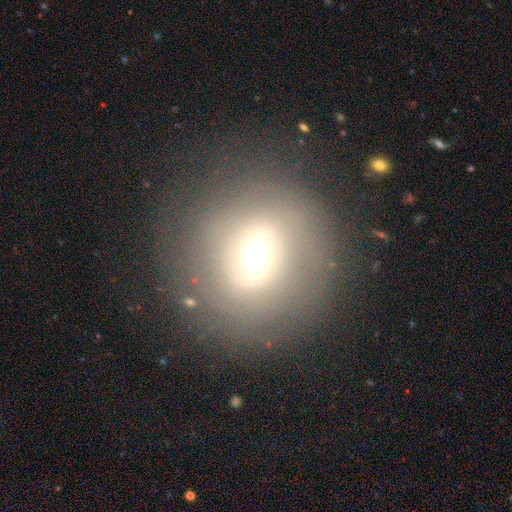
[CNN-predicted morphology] Smooth or featured: featured or disk — 49% (smooth — 37%)
Merging: none — 79% (minor disturbance — 12%)